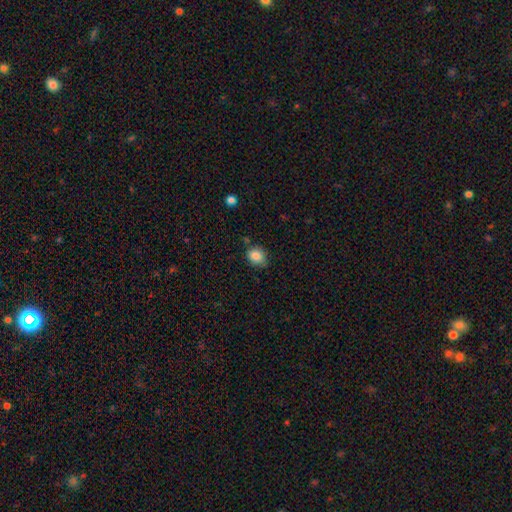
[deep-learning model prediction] Overall: smooth (86%). How rounded: round (64%; in between 35%). Merging: none (72%).